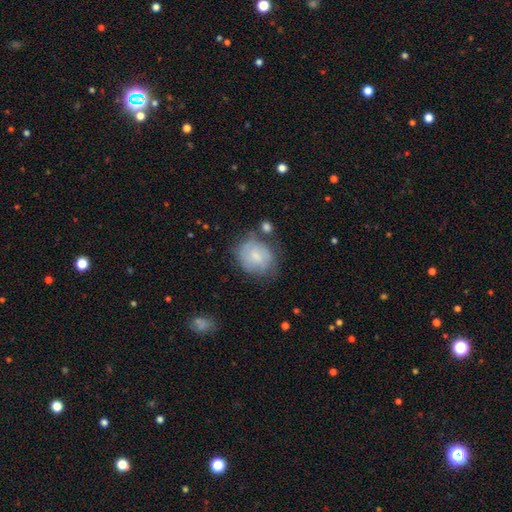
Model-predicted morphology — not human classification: The model was most divided on "how rounded": round: 64%, in between: 35%, cigar-shaped: 1%. More confident: smooth or featured — smooth (61%); merging — none (57%).